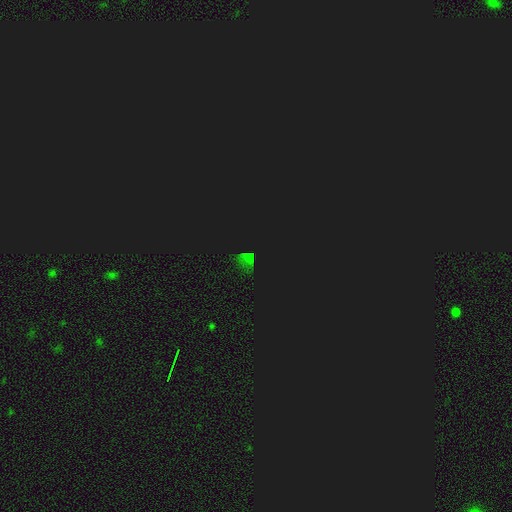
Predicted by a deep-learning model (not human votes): Smooth or featured? star or artifact (80%)